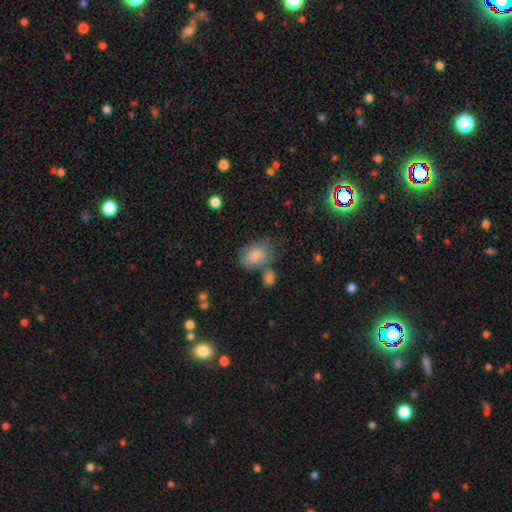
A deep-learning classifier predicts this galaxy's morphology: Q: Smooth or featured?
A: smooth (83%); runner-up: featured or disk (10%)
Q: How rounded?
A: in between (87%); runner-up: round (12%)
Q: Merging?
A: none (44%); runner-up: minor disturbance (24%)